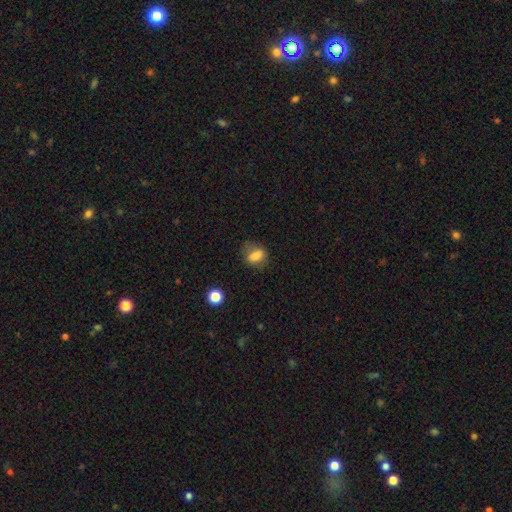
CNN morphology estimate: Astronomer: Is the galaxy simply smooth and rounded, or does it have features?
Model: smooth — 78%.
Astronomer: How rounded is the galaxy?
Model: in between — 70%.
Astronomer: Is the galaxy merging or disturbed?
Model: none — 67%.